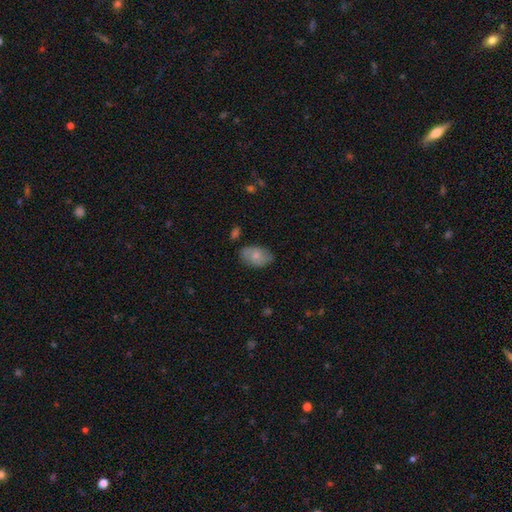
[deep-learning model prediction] Smooth or featured? Predicted: smooth (p=0.71). How rounded? Predicted: in between (p=0.89). Merging? Predicted: none (p=0.74).